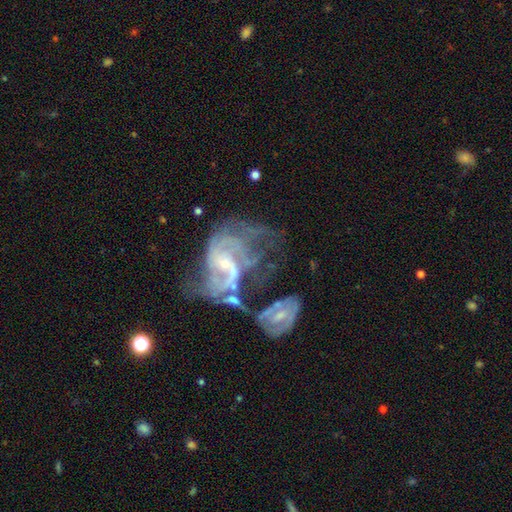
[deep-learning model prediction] Smooth or featured? Predicted: featured or disk (p=0.82). Edge-on disk? Predicted: no (p=0.97). Bar? Predicted: no (p=0.49). Spiral arms? Predicted: yes (p=0.86). Spiral winding? Predicted: medium (p=0.43). Spiral arm count? Predicted: 2 (p=0.42). Bulge size? Predicted: small (p=0.67). Merging? Predicted: merger (p=0.44).